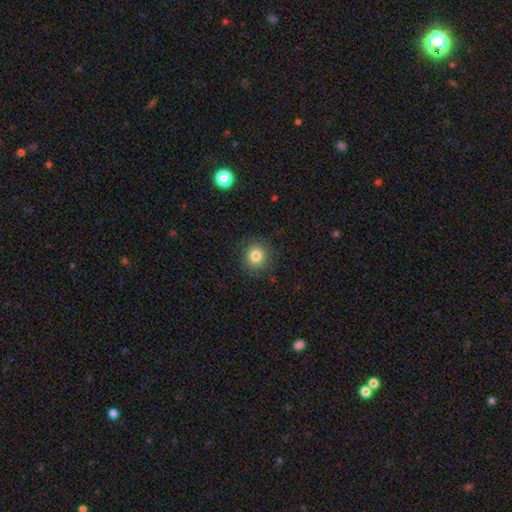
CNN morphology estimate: smooth-or-featured: smooth: 81% | star or artifact: 11% | featured or disk: 8%
  how-rounded: round: 91% | in between: 9% | cigar-shaped: 1%
  merging: none: 87% | minor disturbance: 9% | major disturbance: 3% | merger: 1%